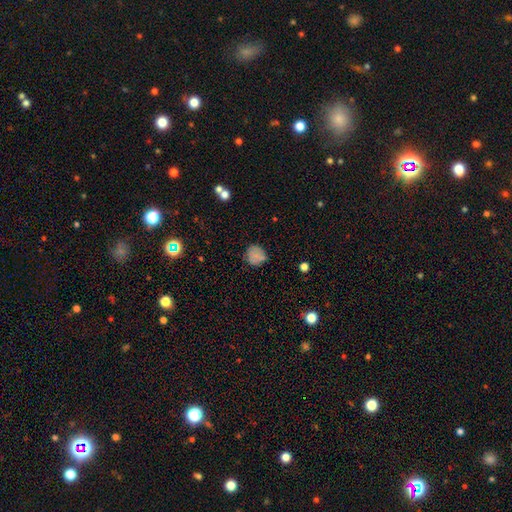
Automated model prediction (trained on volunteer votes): Q: Smooth or featured?
A: smooth (79%); runner-up: star or artifact (11%)
Q: How rounded?
A: round (81%); runner-up: in between (18%)
Q: Merging?
A: none (71%); runner-up: minor disturbance (21%)